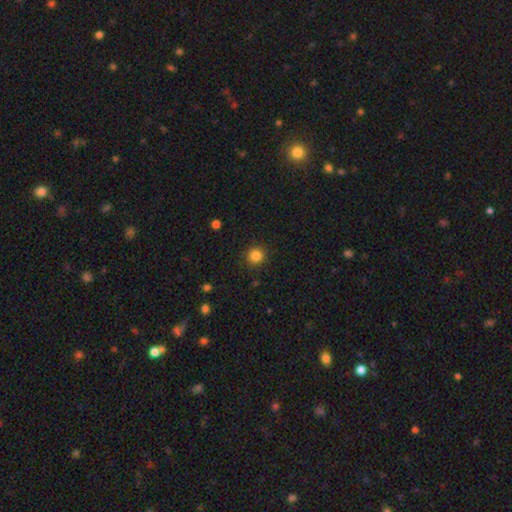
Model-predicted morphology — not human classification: smooth-or-featured: smooth: 84% | star or artifact: 12% | featured or disk: 4%
  how-rounded: round: 94% | in between: 5% | cigar-shaped: 1%
  merging: none: 90% | minor disturbance: 6% | major disturbance: 2% | merger: 1%